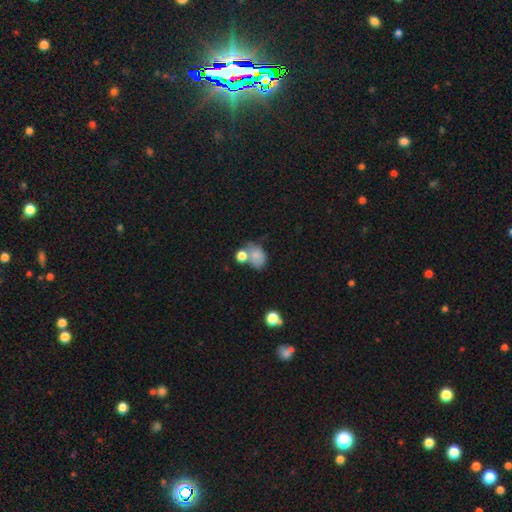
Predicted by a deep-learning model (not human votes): A smooth galaxy with no disk features (78%) that is in between round and cigar-shaped (56%).

Vote fractions:
- Smooth or featured? smooth: 78% / featured or disk: 12% / star or artifact: 10%
- How rounded? in between: 56% / round: 43% / cigar-shaped: 1%
- Merging? merger: 37% / none: 36% / minor disturbance: 18% / major disturbance: 10%